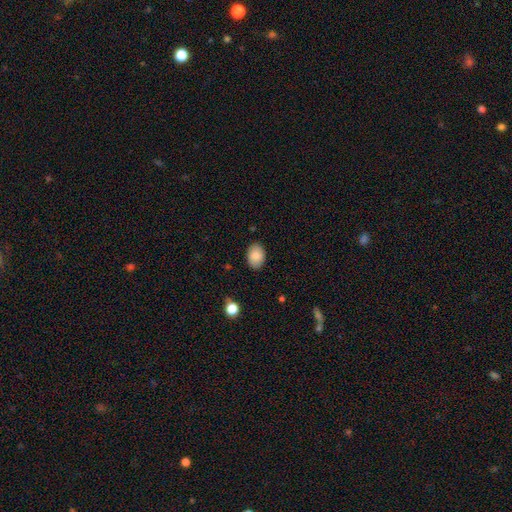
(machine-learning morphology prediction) smooth 87%, star or artifact 7%, featured or disk 5%. Down the decision tree: how rounded — in between (80%); merging — none (85%).